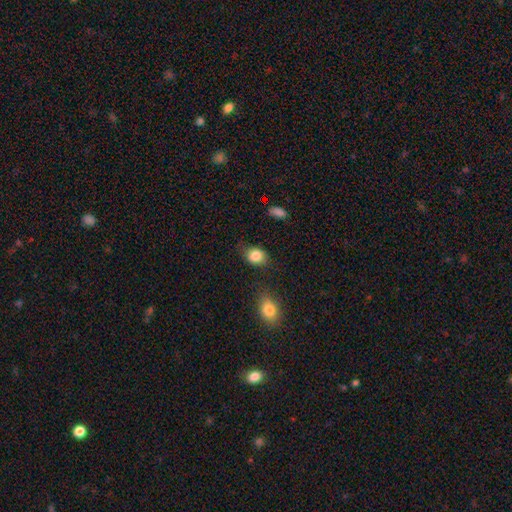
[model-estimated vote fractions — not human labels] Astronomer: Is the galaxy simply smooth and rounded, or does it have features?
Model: smooth — 85%.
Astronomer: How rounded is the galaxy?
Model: in between — 53% (runner-up: round, 46%).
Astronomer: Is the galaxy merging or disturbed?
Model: none — 71%.